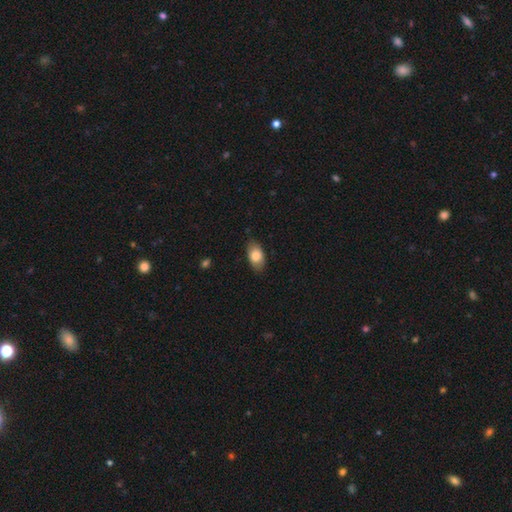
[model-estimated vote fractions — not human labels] Morphology: type=smooth (82%); roundness=in between (92%); merging=none (82%).